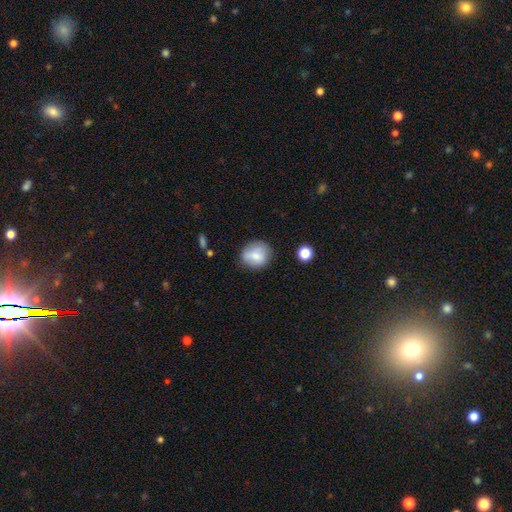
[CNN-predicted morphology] This is likely a smooth galaxy (79%). How rounded: likely round (78%). Merging: likely none (73%).